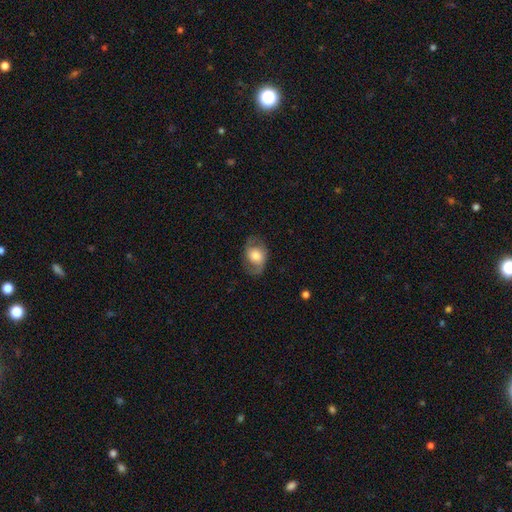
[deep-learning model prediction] This appears to be a featured or disk galaxy (50%). Merging: none (71%).